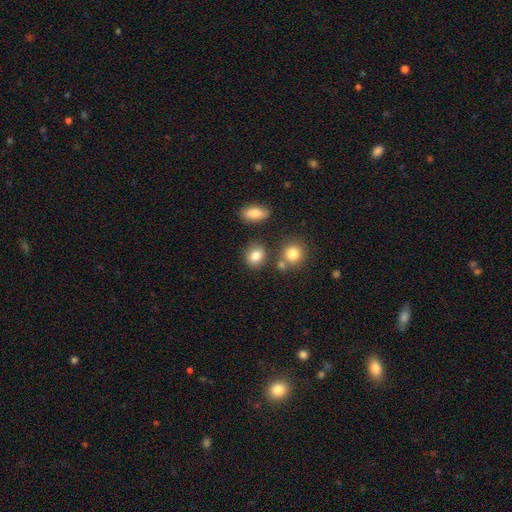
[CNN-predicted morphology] This is clearly a smooth galaxy (82%). How rounded: possibly round (59%). Merging: likely none (76%).